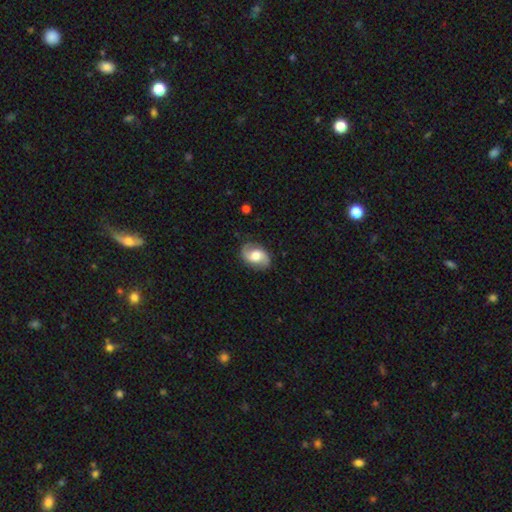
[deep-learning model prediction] Morphology: type=featured or disk (69%); edge-on=no (97%); bar=no (50%); spiral arms=yes (91%); winding=loose (44%); arm count=2 (91%); bulge=moderate (51%); merging=none (82%).